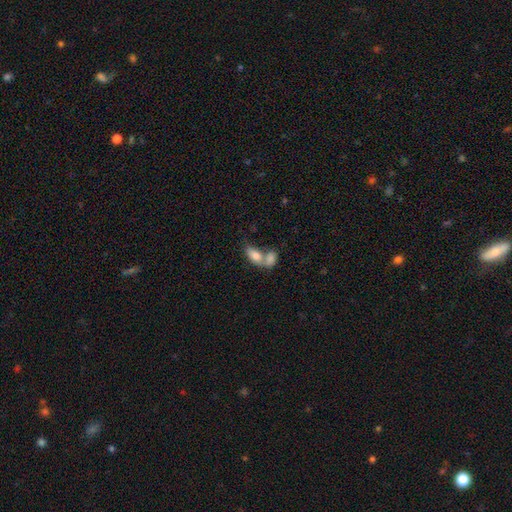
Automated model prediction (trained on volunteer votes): Smooth or featured: smooth — 81% (featured or disk — 12%)
How rounded: in between — 90% (round — 6%)
Merging: merger — 64% (none — 23%)